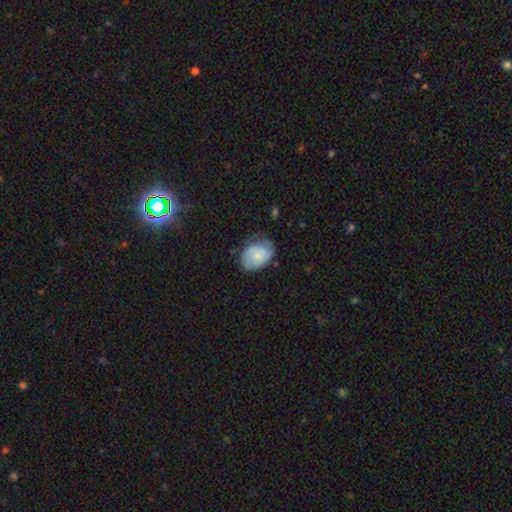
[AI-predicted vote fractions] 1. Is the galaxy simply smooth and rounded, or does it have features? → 67% smooth, 27% featured or disk, 7% star or artifact.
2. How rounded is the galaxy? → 77% in between, 22% round, 1% cigar-shaped.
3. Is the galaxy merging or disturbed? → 57% none, 32% minor disturbance, 10% major disturbance, 2% merger.